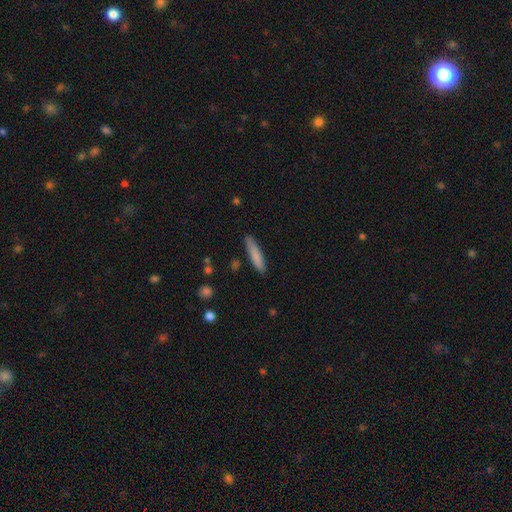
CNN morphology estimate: Q: Smooth or featured?
A: smooth (81%); runner-up: featured or disk (13%)
Q: How rounded?
A: cigar-shaped (88%); runner-up: in between (10%)
Q: Merging?
A: none (86%); runner-up: minor disturbance (11%)